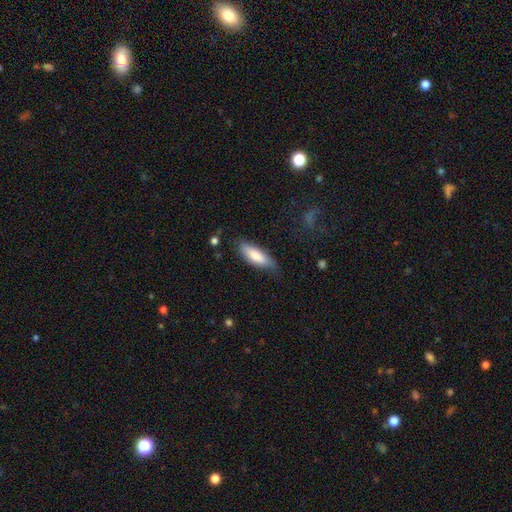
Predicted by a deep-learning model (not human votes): smooth_or_featured: smooth (p=0.79) [alt: featured or disk p=0.16]
how_rounded: in between (p=0.62) [alt: cigar-shaped p=0.36]
merging: none (p=0.66) [alt: minor disturbance p=0.26]